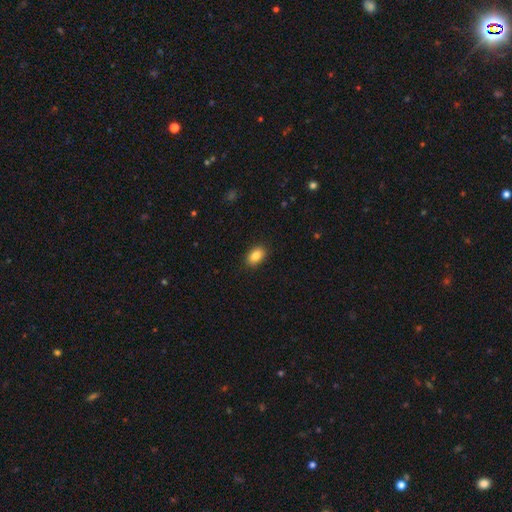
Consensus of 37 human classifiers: Volunteers were most divided on "merging": none: 89%, minor disturbance: 9%, major disturbance: 3%, merger: 0%. More confident: how rounded — in between (91%); smooth or featured — smooth (89%).